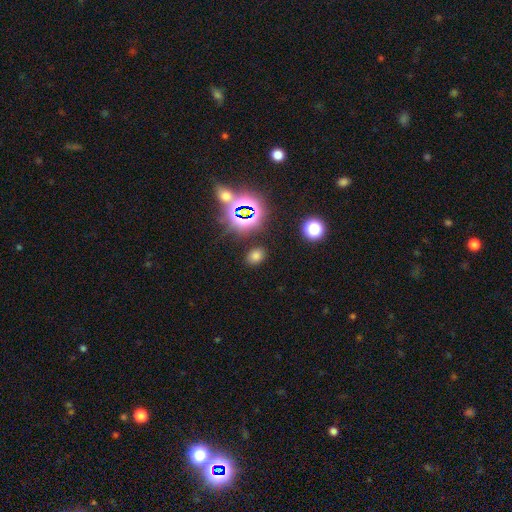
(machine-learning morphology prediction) Overall: smooth (66%; star or artifact 27%). How rounded: in between (67%; round 31%). Merging: none (85%).